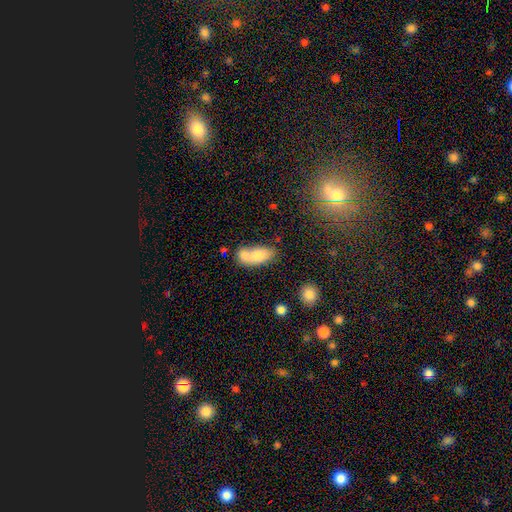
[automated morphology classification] Smooth or featured? smooth (75%)
How rounded? in between (85%)
Merging? merger (53%)